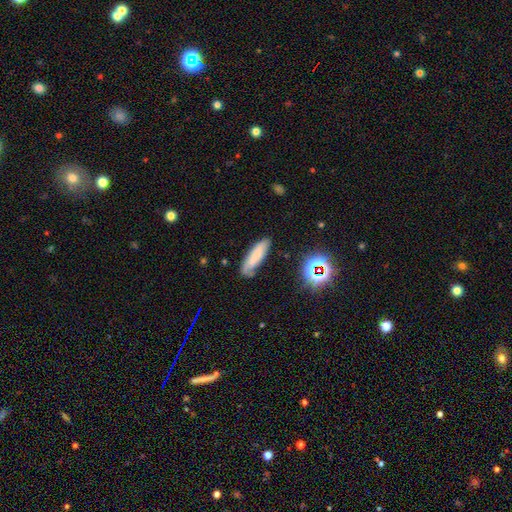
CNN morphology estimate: This appears to be a smooth galaxy with no disk features (68%) that is cigar-shaped (57%). Merging: none (66%).